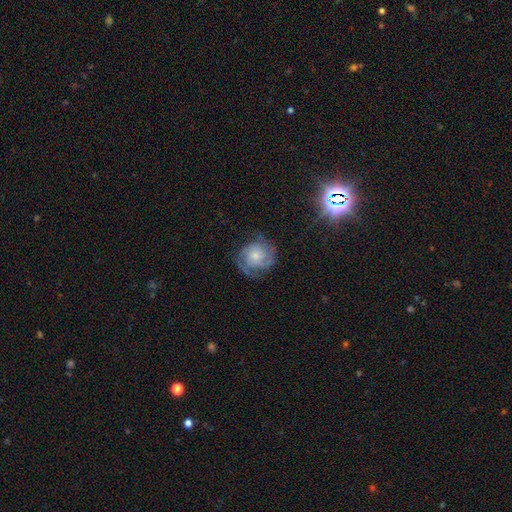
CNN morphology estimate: smooth_or_featured: featured or disk (p=0.66) [alt: smooth p=0.26]
disk_edge_on: no (p=0.98) [alt: yes p=0.02]
bar: no (p=0.80) [alt: weak p=0.17]
has_spiral_arms: yes (p=0.90) [alt: no p=0.10]
spiral_winding: tight (p=0.54) [alt: medium p=0.34]
spiral_arm_count: 2 (p=0.38) [alt: can't tell p=0.29]
bulge_size: small (p=0.51) [alt: moderate p=0.34]
merging: none (p=0.64) [alt: minor disturbance p=0.22]